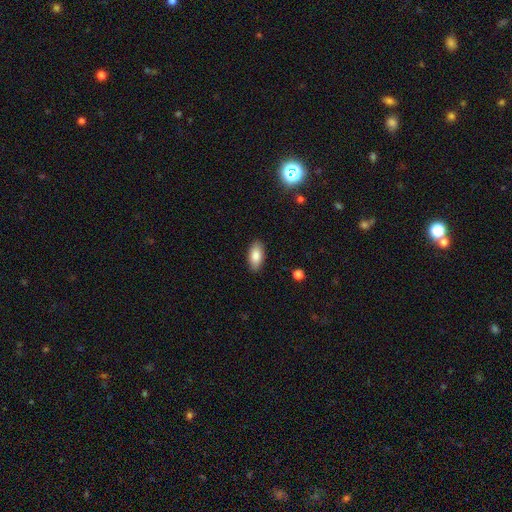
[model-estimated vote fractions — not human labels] This is clearly a smooth galaxy (84%). How rounded: clearly in between (91%). Merging: clearly none (88%).